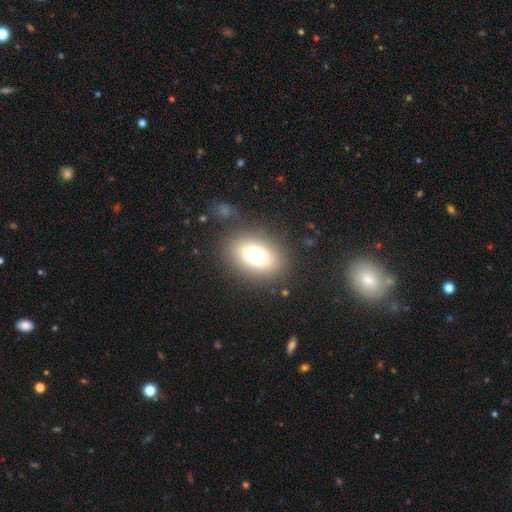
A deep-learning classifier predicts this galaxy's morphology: smooth_or_featured: smooth (p=0.69) [alt: star or artifact p=0.17]
how_rounded: in between (p=0.63) [alt: round p=0.36]
merging: none (p=0.82) [alt: minor disturbance p=0.10]